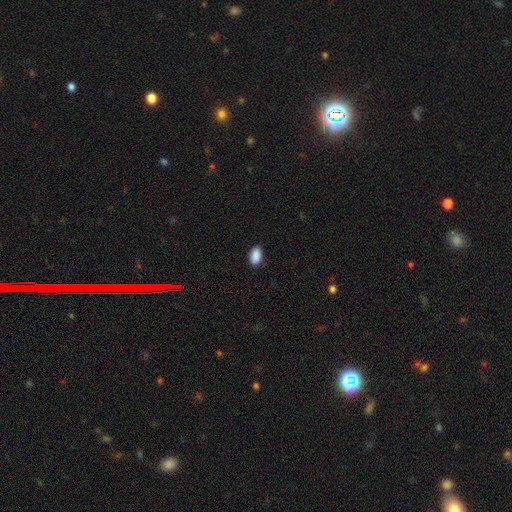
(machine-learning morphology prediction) Smooth or featured: smooth — 90% (star or artifact — 7%)
How rounded: in between — 93% (round — 5%)
Merging: none — 88% (minor disturbance — 9%)